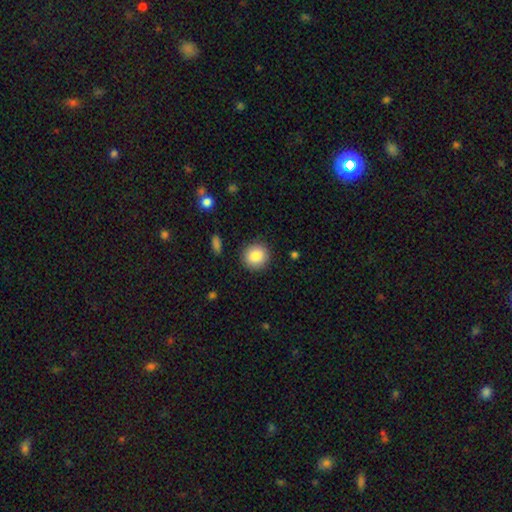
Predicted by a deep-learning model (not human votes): Smooth or featured? smooth (86%)
How rounded? round (91%)
Merging? none (90%)